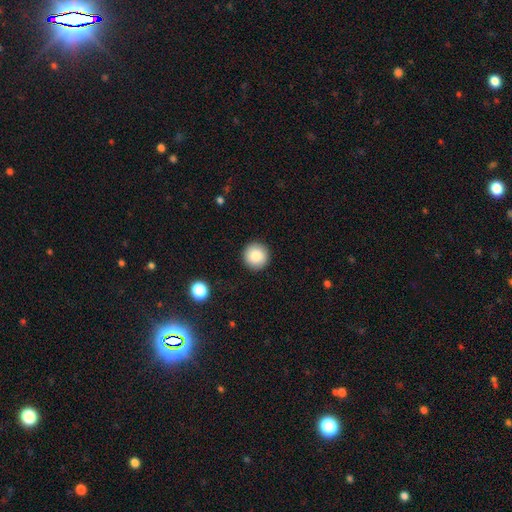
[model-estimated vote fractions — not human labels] Morphology: type=smooth (85%); roundness=round (96%); merging=none (92%).